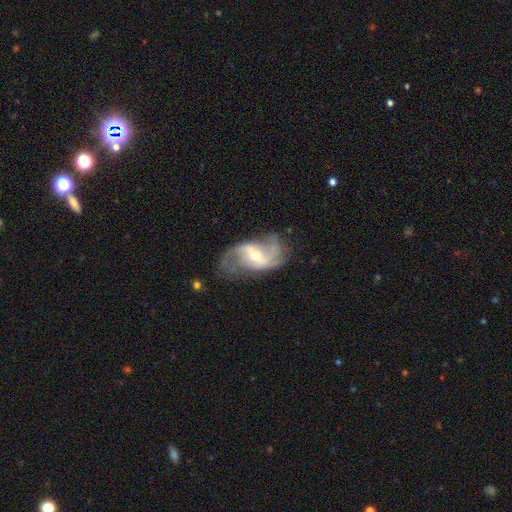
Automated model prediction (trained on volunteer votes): This is clearly a featured or disk galaxy (84%). It is clearly not viewed edge-on (96%). Bar: marginally weak (43%). Spiral arm pattern: clearly yes (93%). Spiral arm count: likely 2 (74%). Spiral winding: possibly loose (55%). Central bulge: possibly small (51%). Merging: possibly none (58%).